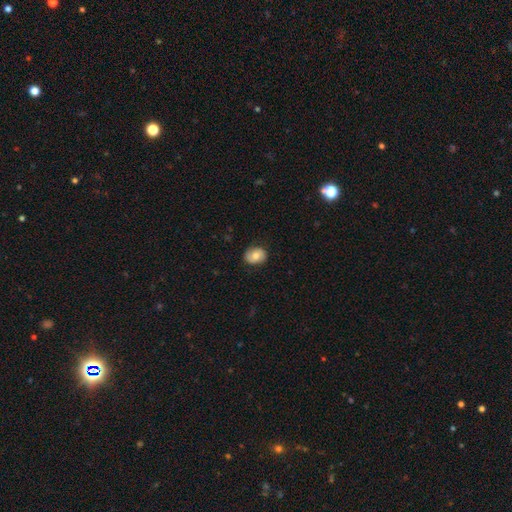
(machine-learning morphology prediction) type=smooth (66%); roundness=in between (51%); merging=none (82%).